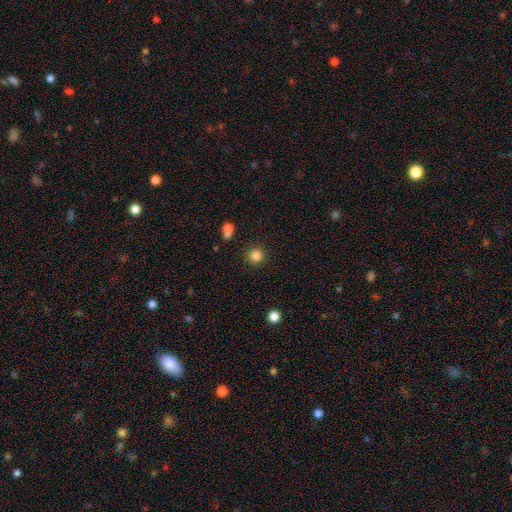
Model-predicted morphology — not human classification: This is clearly a smooth galaxy (85%). How rounded: clearly round (93%). Merging: clearly none (87%).